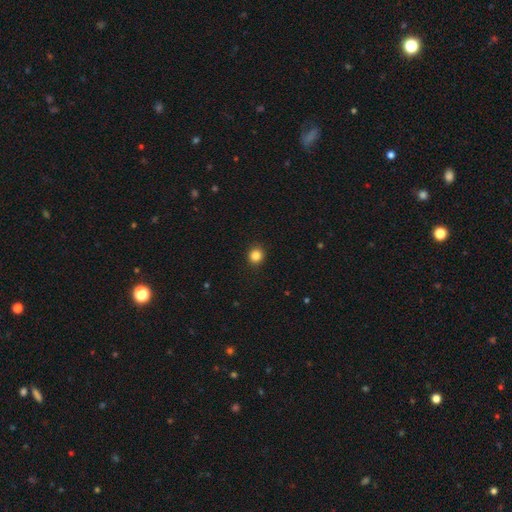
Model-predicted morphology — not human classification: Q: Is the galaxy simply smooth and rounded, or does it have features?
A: smooth — 85%.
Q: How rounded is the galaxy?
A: round — 90%.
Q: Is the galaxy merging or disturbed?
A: none — 92%.